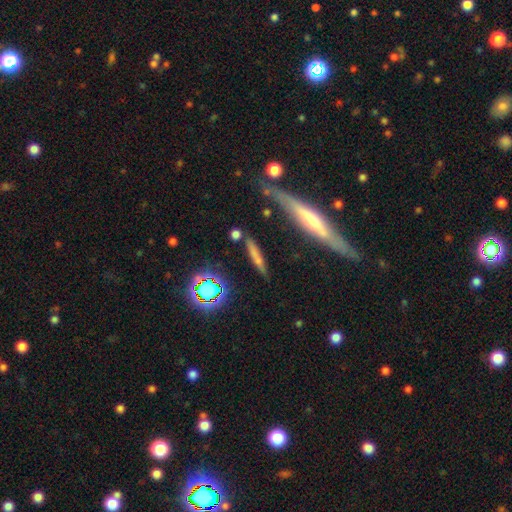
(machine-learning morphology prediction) This appears to be a smooth galaxy with no disk features (58%) that is cigar-shaped (84%). Merging: none (76%).